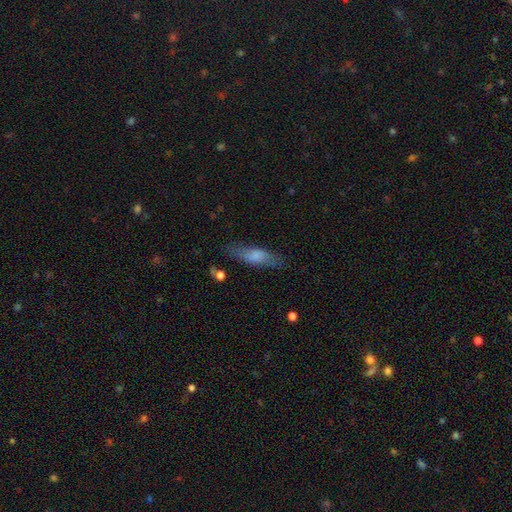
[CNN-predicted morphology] type=smooth (68%); roundness=cigar-shaped (58%); merging=none (75%).